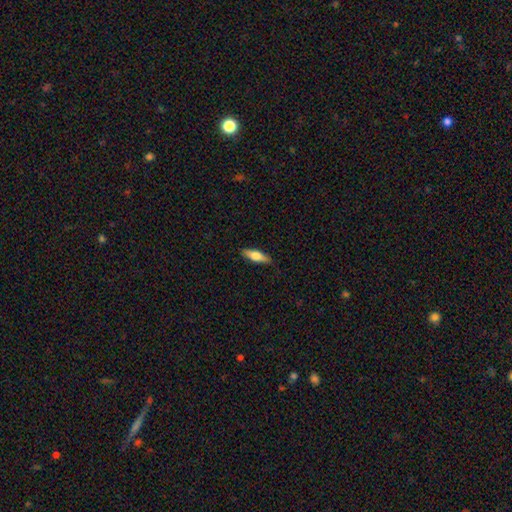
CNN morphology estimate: This appears to be a smooth galaxy with no disk features (61%) that is in between round and cigar-shaped (51%). Merging: none (86%).